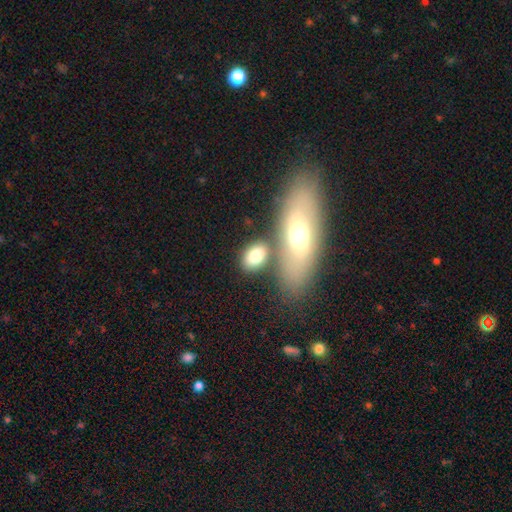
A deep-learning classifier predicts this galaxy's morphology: A smooth galaxy with no disk features (75%) that is in between round and cigar-shaped (84%). Merging: none (61%).